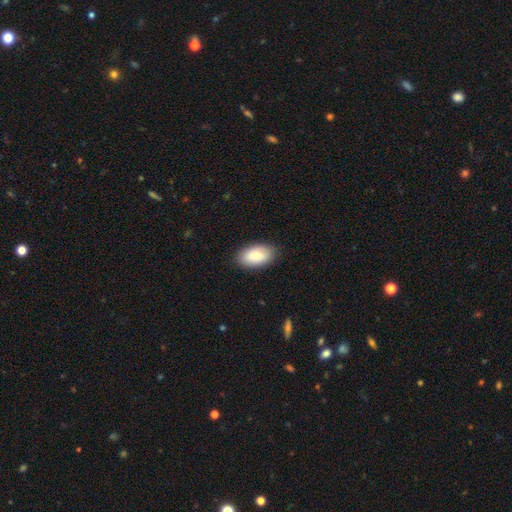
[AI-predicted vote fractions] Smooth or featured? smooth (83%)
How rounded? in between (94%)
Merging? none (87%)